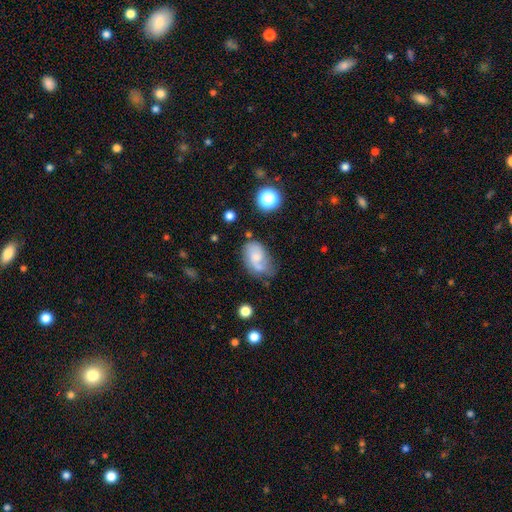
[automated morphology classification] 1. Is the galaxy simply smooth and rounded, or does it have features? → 50% smooth, 41% featured or disk, 10% star or artifact.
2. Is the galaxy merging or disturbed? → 35% none, 29% minor disturbance, 18% major disturbance, 18% merger.